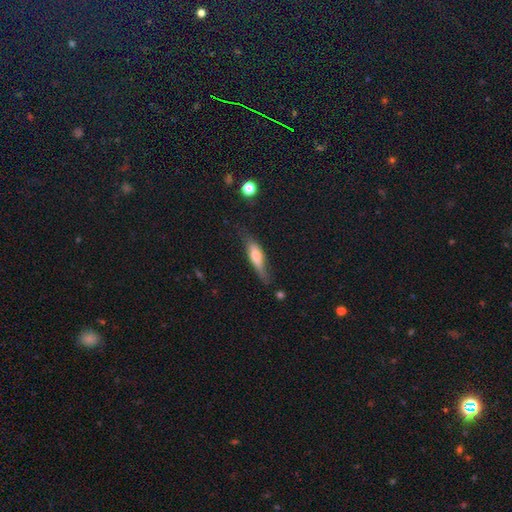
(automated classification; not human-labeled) Q: Smooth or featured?
A: smooth (51%); runner-up: featured or disk (41%)
Q: How rounded?
A: cigar-shaped (62%); runner-up: in between (36%)
Q: Merging?
A: none (59%); runner-up: minor disturbance (28%)